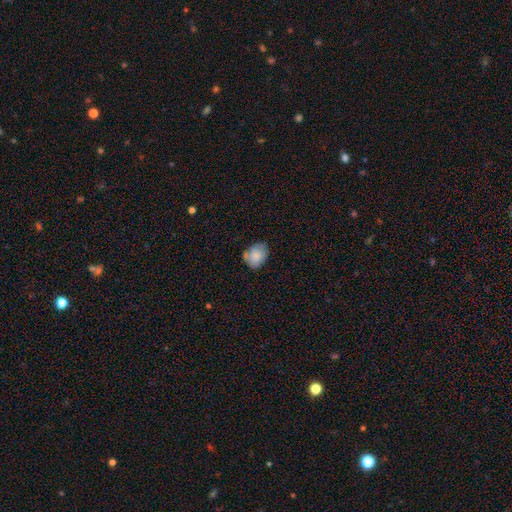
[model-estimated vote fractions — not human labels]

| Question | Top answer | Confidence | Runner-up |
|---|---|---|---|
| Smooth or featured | smooth | 78% | featured or disk (14%) |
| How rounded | in between | 68% | round (31%) |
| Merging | none | 59% | minor disturbance (29%) |